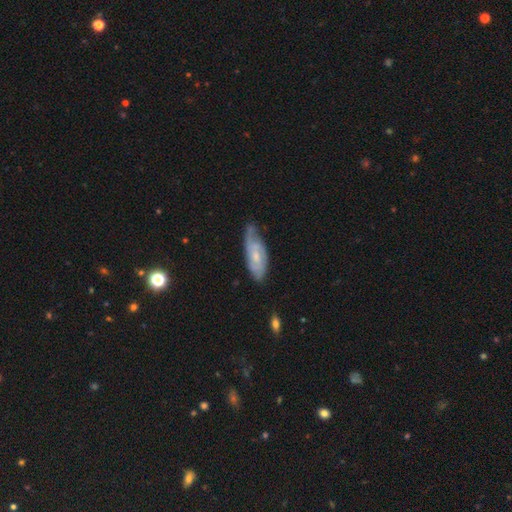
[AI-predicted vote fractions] featured or disk 62%, smooth 32%, star or artifact 6%. Down the decision tree: edge-on disk — no (86%); bar — no (65%); spiral arms — yes (85%); bulge size — small (58%); merging — none (56%).